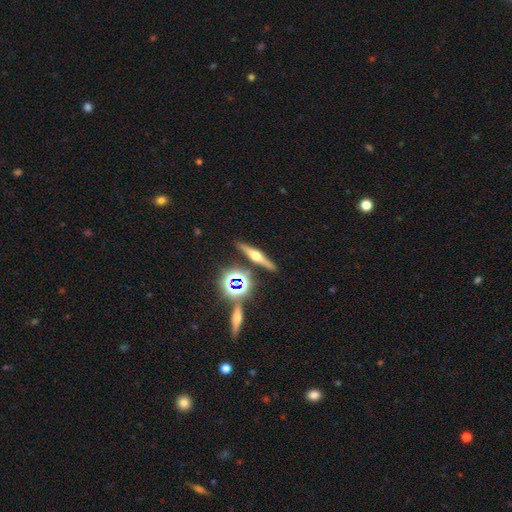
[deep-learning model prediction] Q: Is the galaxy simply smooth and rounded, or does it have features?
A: featured or disk — 64%.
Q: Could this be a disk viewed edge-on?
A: yes — 95%.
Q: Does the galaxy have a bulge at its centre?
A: rounded — 92%.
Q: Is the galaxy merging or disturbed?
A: none — 86%.